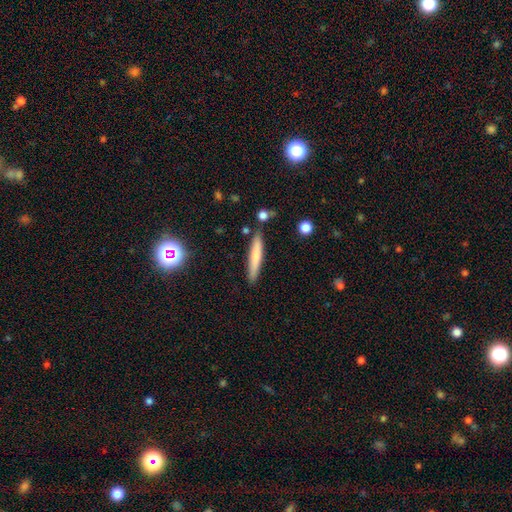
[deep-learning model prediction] This appears to be a smooth galaxy with no disk features (71%) that is cigar-shaped (93%). Merging: none (85%).